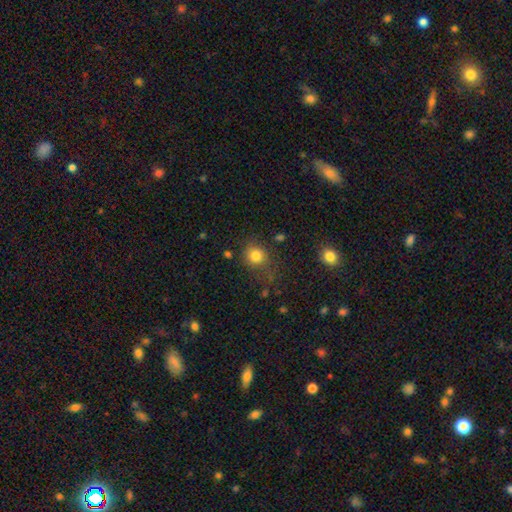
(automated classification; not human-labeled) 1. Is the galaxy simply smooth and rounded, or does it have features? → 81% smooth, 13% star or artifact, 7% featured or disk.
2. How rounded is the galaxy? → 83% round, 16% in between, 1% cigar-shaped.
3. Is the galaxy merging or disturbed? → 70% none, 18% minor disturbance, 8% major disturbance, 5% merger.